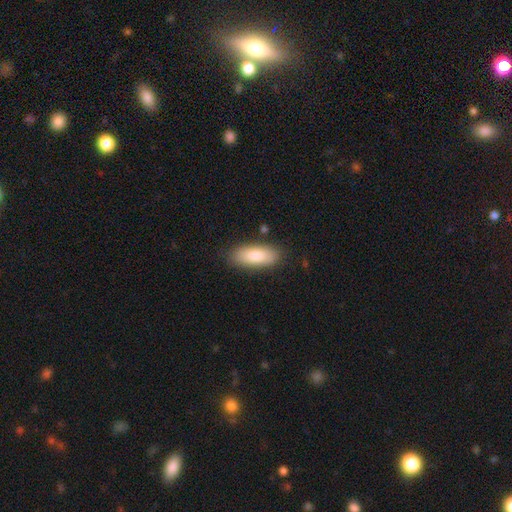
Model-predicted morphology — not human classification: Smooth or featured?
  - smooth: 83% *
  - featured or disk: 11%
  - star or artifact: 6%
How rounded?
  - in between: 79% *
  - cigar-shaped: 19%
  - round: 2%
Merging?
  - none: 84% *
  - minor disturbance: 11%
  - major disturbance: 3%
  - merger: 2%